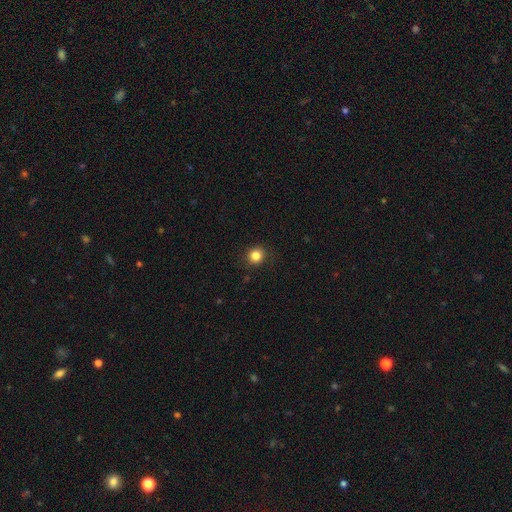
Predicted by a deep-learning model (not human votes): A smooth galaxy with no disk features (84%) that is round (89%).

Vote fractions:
- Smooth or featured? smooth: 84% / star or artifact: 12% / featured or disk: 5%
- How rounded? round: 89% / in between: 10% / cigar-shaped: 1%
- Merging? none: 88% / minor disturbance: 8% / major disturbance: 3% / merger: 1%